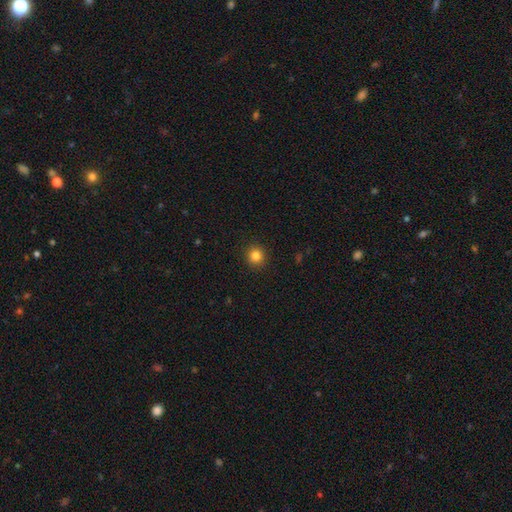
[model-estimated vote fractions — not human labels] Overall: smooth (83%). How rounded: round (92%). Merging: none (92%).